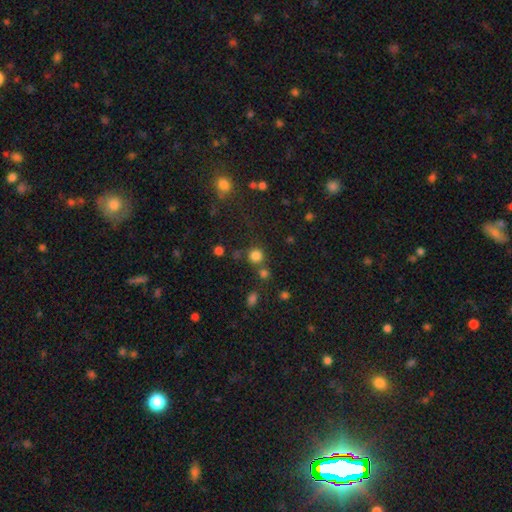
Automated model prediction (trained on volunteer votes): A smooth galaxy with no disk features (79%) that is round (91%). Merging: none (71%).